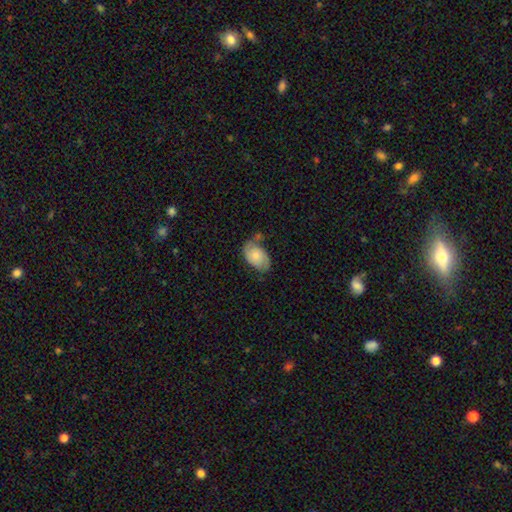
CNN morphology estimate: Q: Smooth or featured?
A: smooth (58%); runner-up: featured or disk (35%)
Q: How rounded?
A: in between (89%); runner-up: round (10%)
Q: Merging?
A: none (41%); runner-up: minor disturbance (33%)